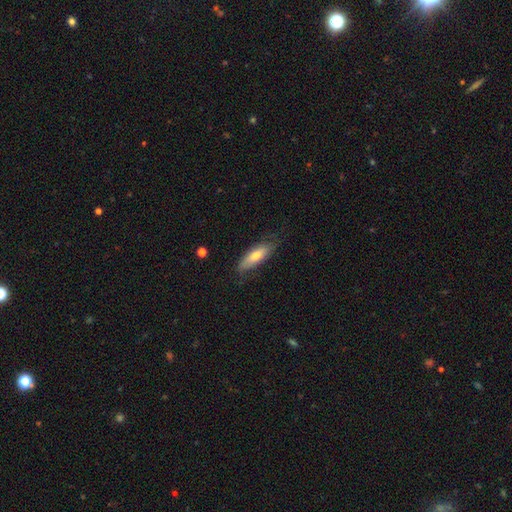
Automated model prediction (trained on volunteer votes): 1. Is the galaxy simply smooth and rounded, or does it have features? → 64% smooth, 30% featured or disk, 6% star or artifact.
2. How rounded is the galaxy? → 54% in between, 44% cigar-shaped, 2% round.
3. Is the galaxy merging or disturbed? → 69% none, 24% minor disturbance, 6% major disturbance, 1% merger.